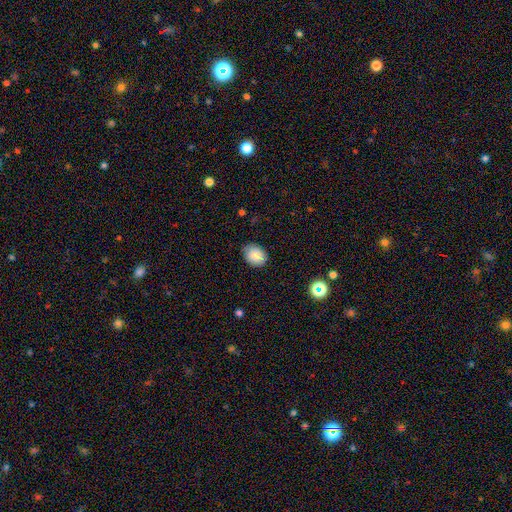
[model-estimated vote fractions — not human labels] Overall: smooth (79%). How rounded: in between (54%; round 45%). Merging: none (77%).